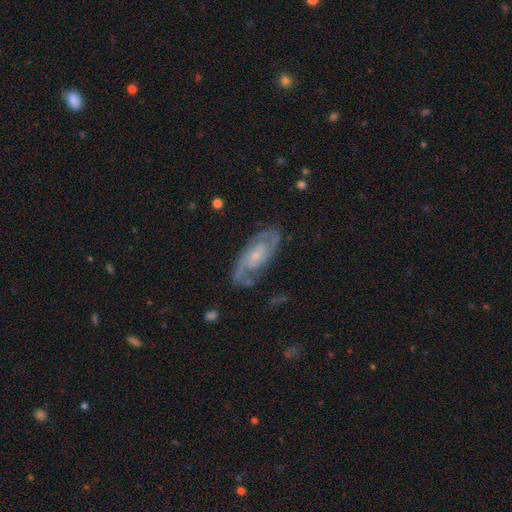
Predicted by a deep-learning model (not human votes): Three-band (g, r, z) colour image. It shows a featured or disk galaxy (83%) with no bar (56%), 2 (80%) medium (44%, tied with tight) spiral arms (94%) and a small central bulge (65%). Merging: none (73%).